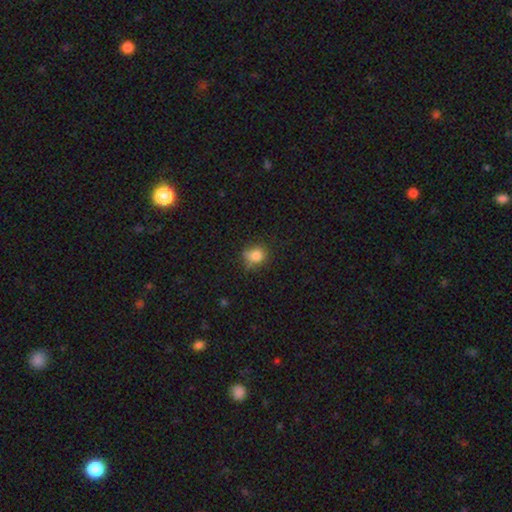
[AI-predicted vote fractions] smooth_or_featured: smooth (p=0.81) [alt: star or artifact p=0.11]
how_rounded: round (p=0.69) [alt: in between p=0.30]
merging: none (p=0.60) [alt: minor disturbance p=0.28]